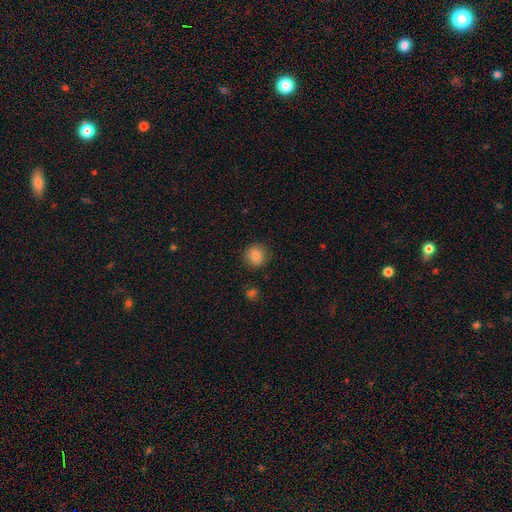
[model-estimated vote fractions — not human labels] This is clearly a smooth galaxy (84%). How rounded: clearly round (91%). Merging: clearly none (89%).